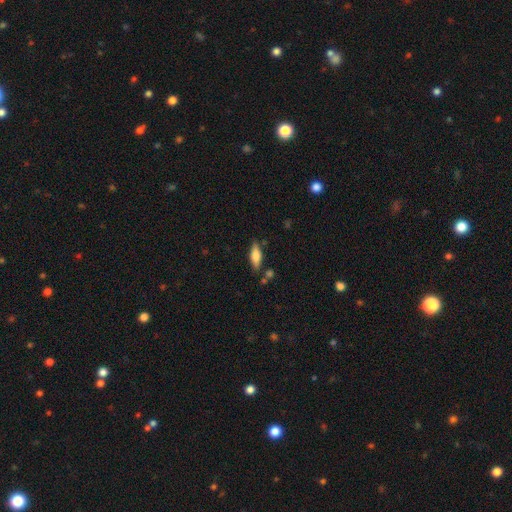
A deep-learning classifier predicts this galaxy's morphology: Q: Smooth or featured?
A: smooth (68%); runner-up: featured or disk (25%)
Q: How rounded?
A: in between (59%); runner-up: cigar-shaped (39%)
Q: Merging?
A: none (77%); runner-up: minor disturbance (14%)